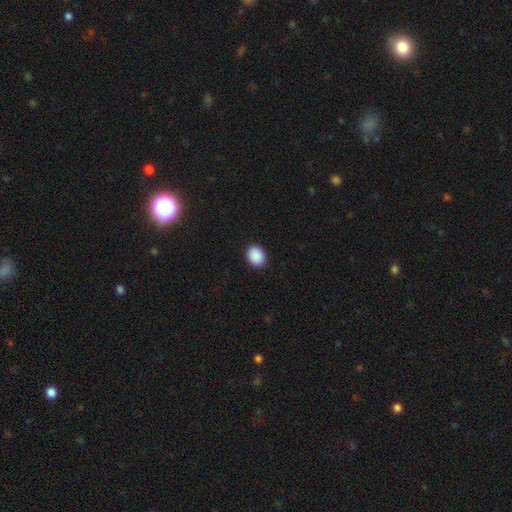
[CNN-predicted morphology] smooth_or_featured: smooth (p=0.90) [alt: star or artifact p=0.08]
how_rounded: in between (p=0.50) [alt: round p=0.49]
merging: none (p=0.91) [alt: minor disturbance p=0.06]